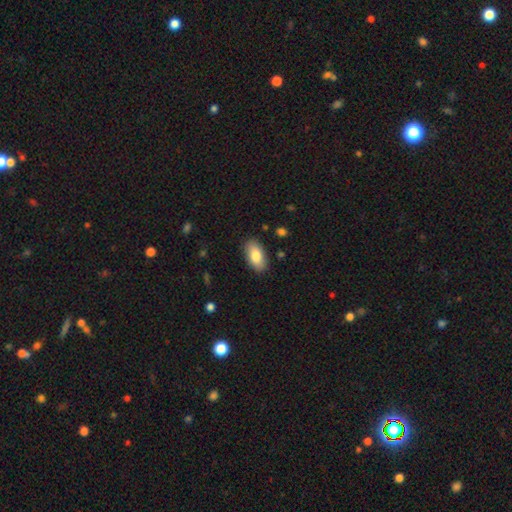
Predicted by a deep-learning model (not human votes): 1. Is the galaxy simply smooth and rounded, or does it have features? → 81% smooth, 13% featured or disk, 6% star or artifact.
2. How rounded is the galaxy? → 93% in between, 4% cigar-shaped, 3% round.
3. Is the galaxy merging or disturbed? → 87% none, 9% minor disturbance, 2% major disturbance, 1% merger.